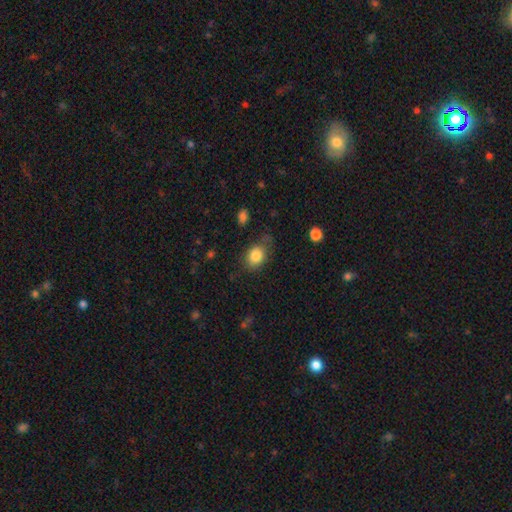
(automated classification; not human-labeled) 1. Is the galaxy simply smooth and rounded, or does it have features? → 83% smooth, 9% star or artifact, 7% featured or disk.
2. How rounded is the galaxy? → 57% in between, 41% round, 1% cigar-shaped.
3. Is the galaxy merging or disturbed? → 68% none, 22% minor disturbance, 8% major disturbance, 3% merger.